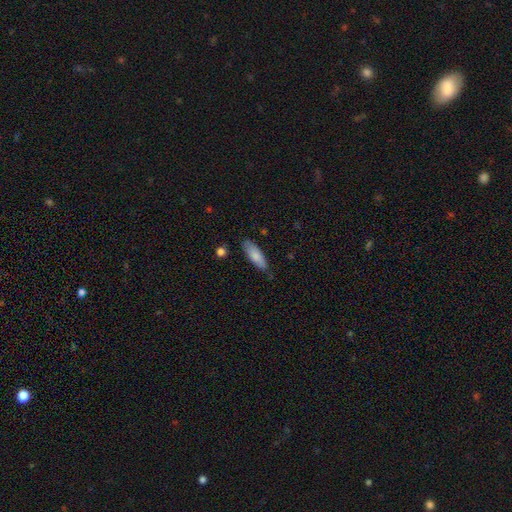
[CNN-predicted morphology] type=smooth (83%); roundness=in between (56%); merging=none (78%).